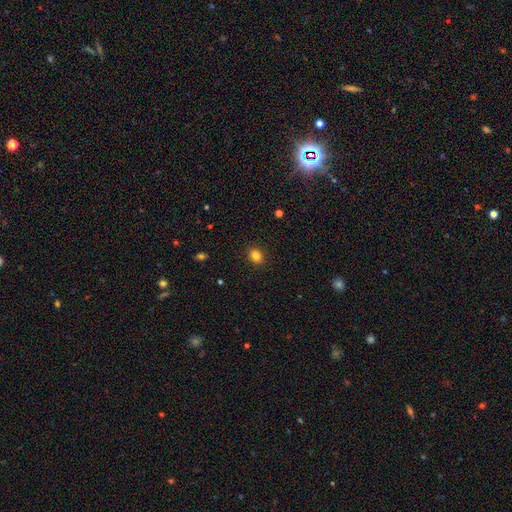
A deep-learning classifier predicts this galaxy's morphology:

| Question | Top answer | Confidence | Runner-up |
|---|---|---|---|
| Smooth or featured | smooth | 83% | star or artifact (11%) |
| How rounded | in between | 50% | round (49%) |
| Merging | none | 90% | minor disturbance (7%) |